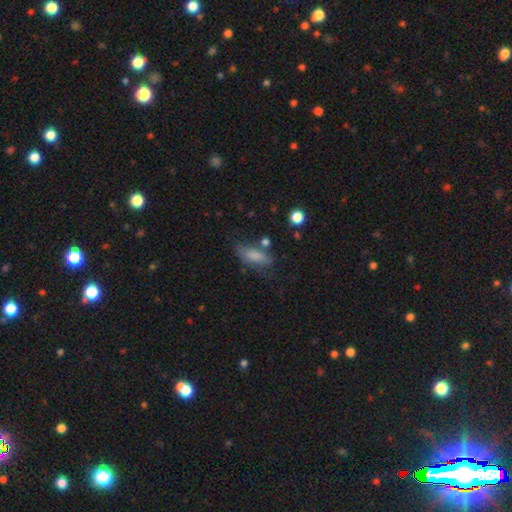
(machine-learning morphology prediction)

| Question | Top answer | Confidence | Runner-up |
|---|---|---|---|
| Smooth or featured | smooth | 74% | featured or disk (17%) |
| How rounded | in between | 67% | cigar-shaped (29%) |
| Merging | none | 58% | minor disturbance (25%) |